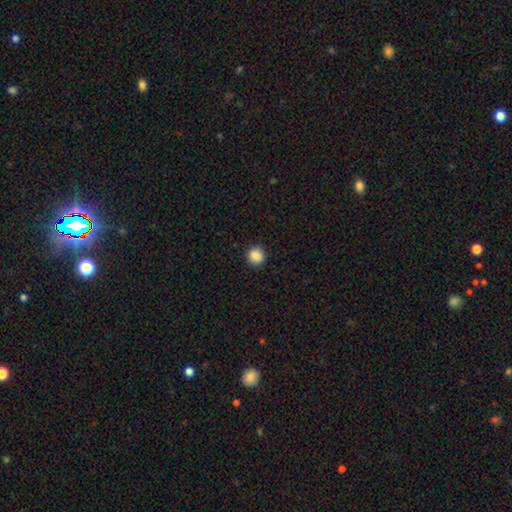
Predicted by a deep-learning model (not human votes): smooth_or_featured: smooth (p=0.88) [alt: star or artifact p=0.09]
how_rounded: round (p=0.89) [alt: in between p=0.10]
merging: none (p=0.91) [alt: minor disturbance p=0.07]